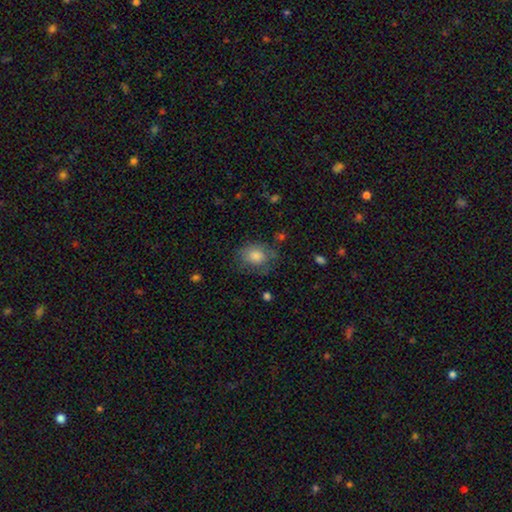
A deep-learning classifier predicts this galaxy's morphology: Q: Smooth or featured?
A: smooth (77%); runner-up: featured or disk (14%)
Q: How rounded?
A: round (55%); runner-up: in between (44%)
Q: Merging?
A: none (65%); runner-up: minor disturbance (24%)